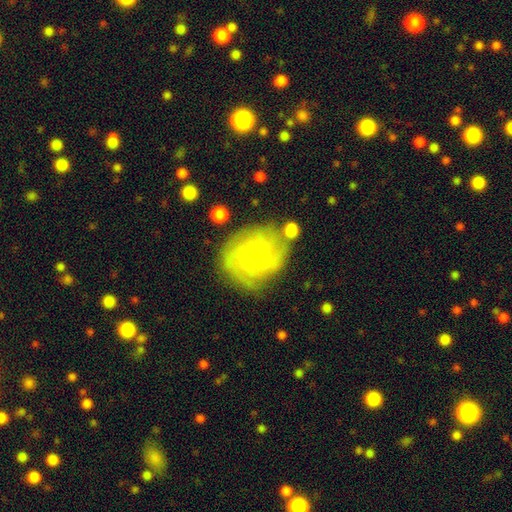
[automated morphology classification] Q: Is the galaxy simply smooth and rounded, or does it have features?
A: featured or disk — 65%.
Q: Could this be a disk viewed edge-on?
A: no — 97%.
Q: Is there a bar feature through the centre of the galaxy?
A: no — 47%, tied with weak.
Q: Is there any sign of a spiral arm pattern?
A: yes — 87%.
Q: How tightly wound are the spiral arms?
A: tight — 52%.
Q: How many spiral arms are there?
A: can't tell — 43%.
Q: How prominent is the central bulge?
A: small — 70%.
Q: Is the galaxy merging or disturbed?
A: none — 69%.